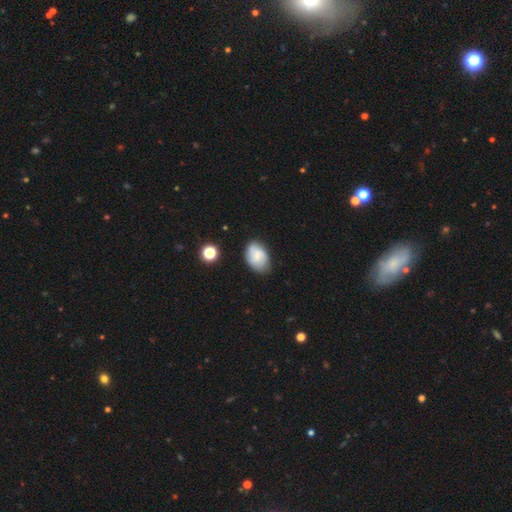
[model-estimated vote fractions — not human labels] Smooth or featured?
  - smooth: 65% *
  - featured or disk: 27%
  - star or artifact: 9%
How rounded?
  - in between: 84% *
  - round: 14%
  - cigar-shaped: 1%
Merging?
  - none: 67% *
  - minor disturbance: 25%
  - major disturbance: 5%
  - merger: 3%